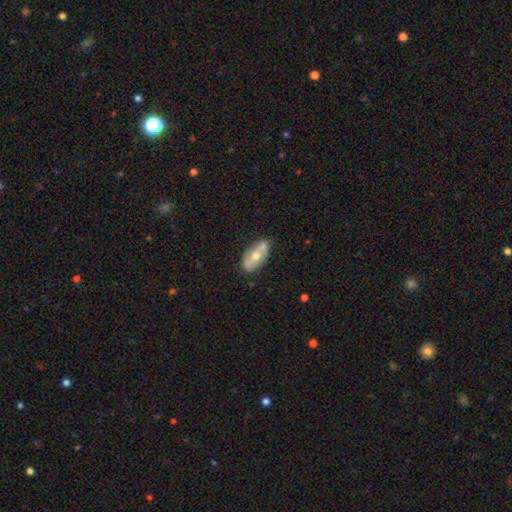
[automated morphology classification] Smooth or featured: smooth — 57% (featured or disk — 37%)
How rounded: in between — 88% (cigar-shaped — 8%)
Merging: none — 58% (minor disturbance — 23%)